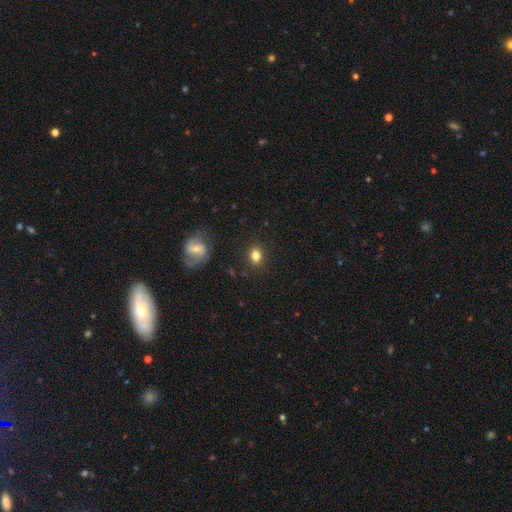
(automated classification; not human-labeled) The model was most divided on "how rounded": round: 52%, in between: 46%, cigar-shaped: 1%. More confident: merging — none (87%); smooth or featured — smooth (80%).